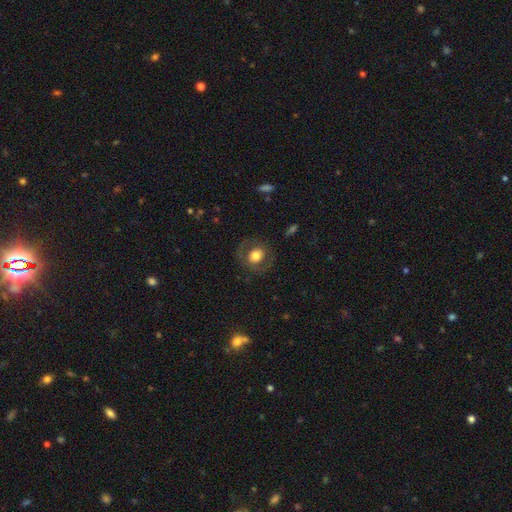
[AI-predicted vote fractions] A smooth galaxy with no disk features (62%) that is round (73%).

Vote fractions:
- Smooth or featured? smooth: 62% / featured or disk: 29% / star or artifact: 9%
- How rounded? round: 73% / in between: 26% / cigar-shaped: 1%
- Merging? none: 79% / minor disturbance: 11% / major disturbance: 8% / merger: 1%